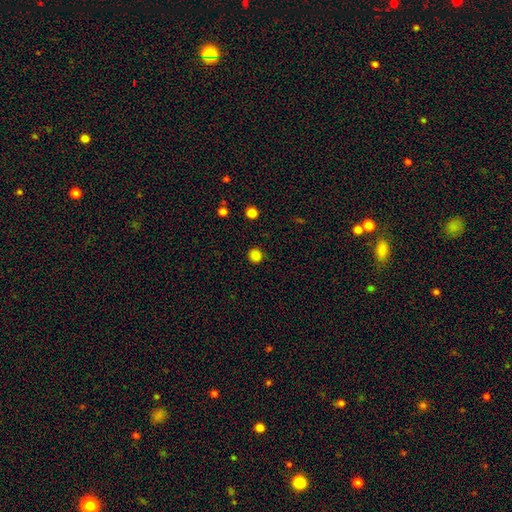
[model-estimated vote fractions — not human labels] Q: Smooth or featured?
A: smooth (84%); runner-up: star or artifact (13%)
Q: How rounded?
A: round (91%); runner-up: in between (8%)
Q: Merging?
A: none (90%); runner-up: minor disturbance (6%)